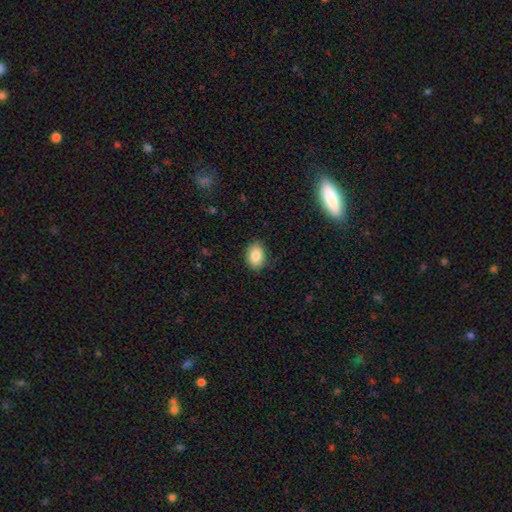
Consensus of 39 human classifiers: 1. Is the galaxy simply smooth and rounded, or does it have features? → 87% smooth, 10% star or artifact, 3% featured or disk.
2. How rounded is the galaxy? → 76% in between, 21% round, 3% cigar-shaped.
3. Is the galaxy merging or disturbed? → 86% none, 11% minor disturbance, 3% major disturbance, 0% merger.